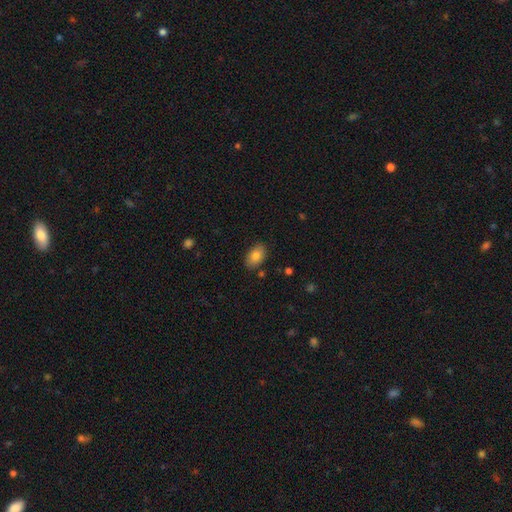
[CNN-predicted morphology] The model was most divided on "smooth or featured": smooth: 83%, featured or disk: 9%, star or artifact: 8%. More confident: how rounded — in between (89%); merging — none (85%).